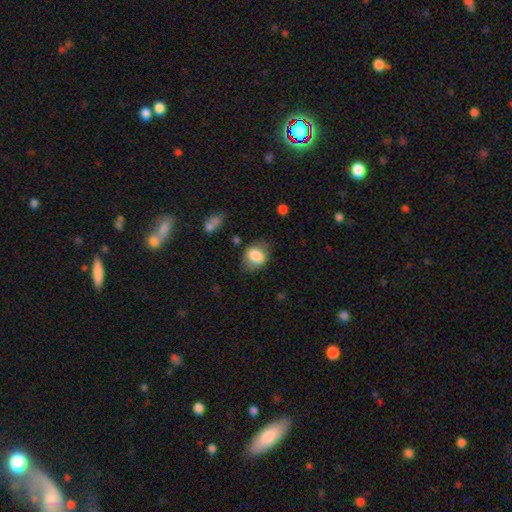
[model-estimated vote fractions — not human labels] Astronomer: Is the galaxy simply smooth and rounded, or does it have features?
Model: smooth — 79%.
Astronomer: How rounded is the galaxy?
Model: in between — 60% (runner-up: round, 39%).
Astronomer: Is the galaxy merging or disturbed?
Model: none — 68%.